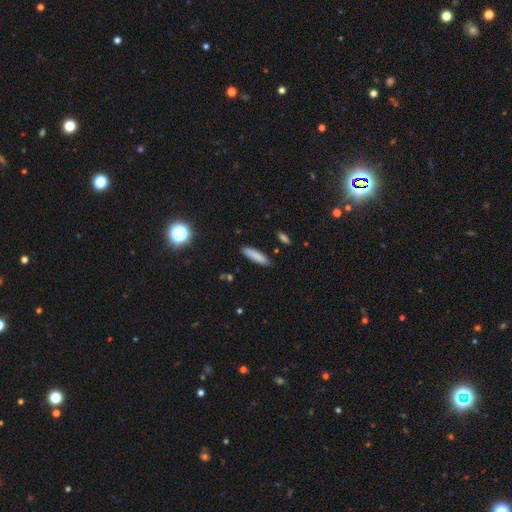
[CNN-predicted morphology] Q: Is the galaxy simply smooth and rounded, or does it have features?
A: smooth — 84%.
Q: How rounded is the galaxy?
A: cigar-shaped — 73%.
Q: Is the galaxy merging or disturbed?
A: none — 88%.